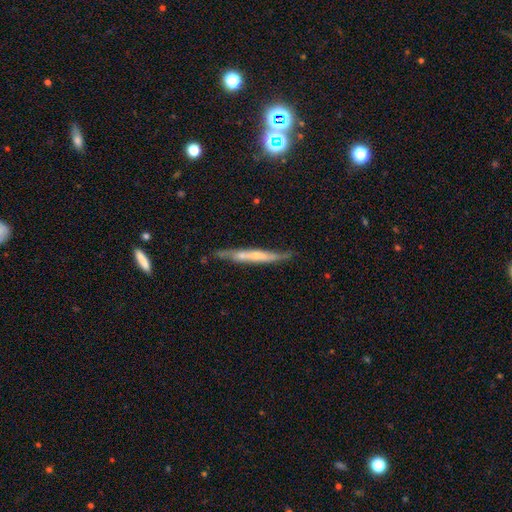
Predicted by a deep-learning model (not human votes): featured or disk 59%, smooth 35%, star or artifact 6%. Down the decision tree: edge-on disk — yes (84%); merging — none (66%).